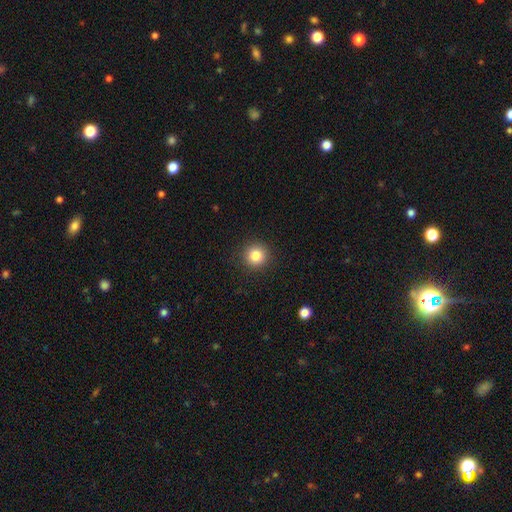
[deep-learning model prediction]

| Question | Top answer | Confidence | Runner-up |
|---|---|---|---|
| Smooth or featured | smooth | 83% | star or artifact (11%) |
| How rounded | round | 94% | in between (5%) |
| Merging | none | 91% | minor disturbance (6%) |